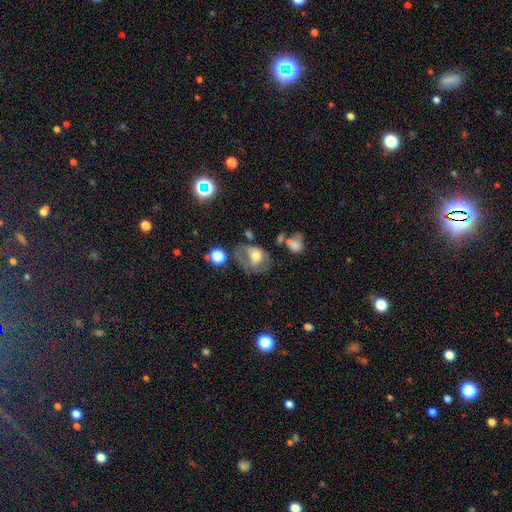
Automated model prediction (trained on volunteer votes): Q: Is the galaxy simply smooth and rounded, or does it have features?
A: smooth — 49%.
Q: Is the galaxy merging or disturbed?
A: none — 34%.